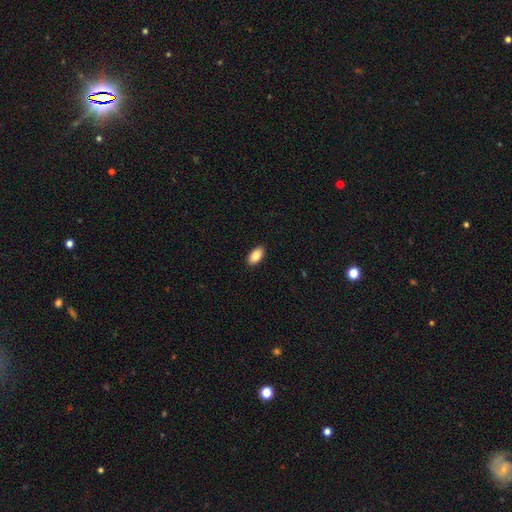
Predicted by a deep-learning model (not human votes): Smooth or featured? smooth (85%)
How rounded? in between (94%)
Merging? none (90%)